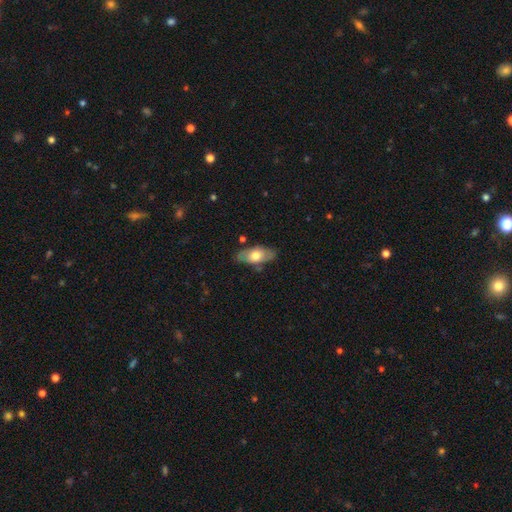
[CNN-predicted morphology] A smooth galaxy with no disk features (59%) that is in between round and cigar-shaped (88%).

Vote fractions:
- Smooth or featured? smooth: 59% / featured or disk: 35% / star or artifact: 6%
- How rounded? in between: 88% / cigar-shaped: 9% / round: 3%
- Merging? none: 77% / minor disturbance: 16% / major disturbance: 3% / merger: 3%